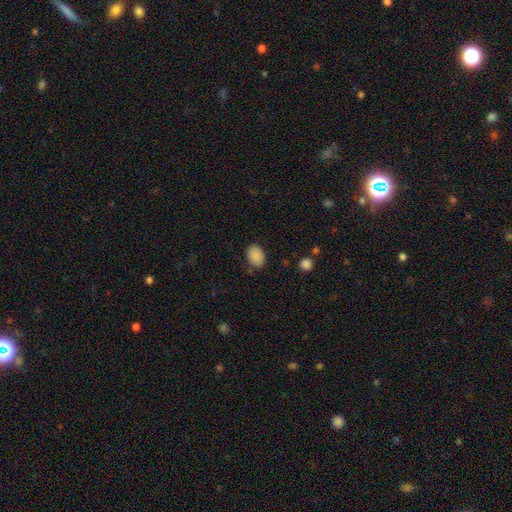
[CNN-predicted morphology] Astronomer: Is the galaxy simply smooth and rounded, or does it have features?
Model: smooth — 89%.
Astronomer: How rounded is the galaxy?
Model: in between — 80%.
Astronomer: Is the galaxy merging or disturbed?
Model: none — 81%.